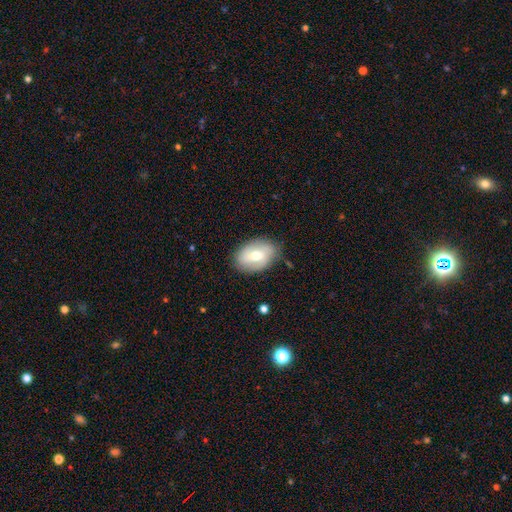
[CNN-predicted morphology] Smooth or featured? smooth (49%)
Merging? none (79%)